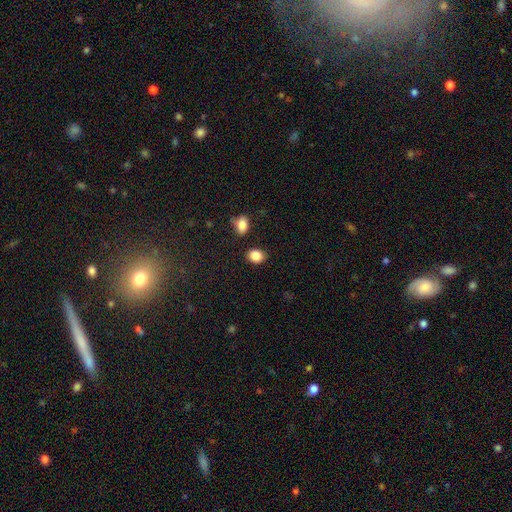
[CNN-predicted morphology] type=smooth (87%); roundness=round (50%); merging=none (82%).